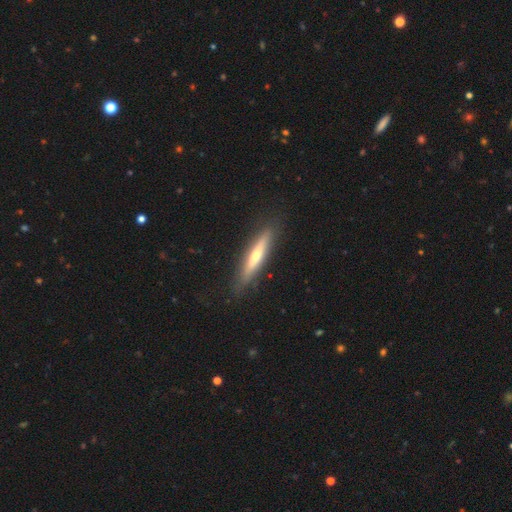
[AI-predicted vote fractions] This is possibly a featured or disk galaxy (54%). It is clearly viewed edge-on (91%). Merging: clearly none (87%).